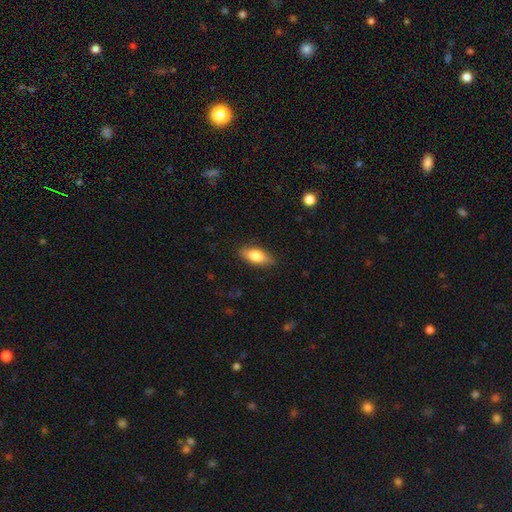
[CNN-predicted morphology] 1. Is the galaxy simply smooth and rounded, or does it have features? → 75% smooth, 18% featured or disk, 7% star or artifact.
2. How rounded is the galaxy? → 79% in between, 17% cigar-shaped, 4% round.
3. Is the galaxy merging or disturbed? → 85% none, 11% minor disturbance, 2% major disturbance, 1% merger.